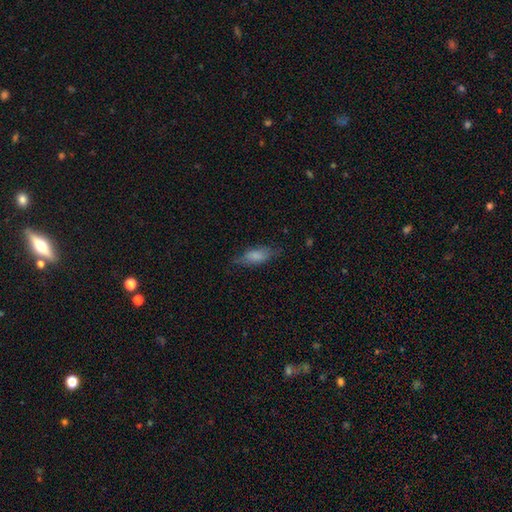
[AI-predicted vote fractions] Overall: smooth (76%). How rounded: in between (73%). Merging: none (69%).